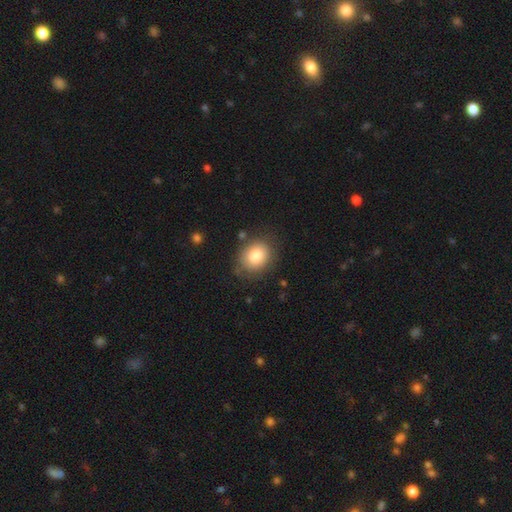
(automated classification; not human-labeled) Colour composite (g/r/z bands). It shows a smooth galaxy with no disk features (83%) that is round (62%). Merging: none (79%).